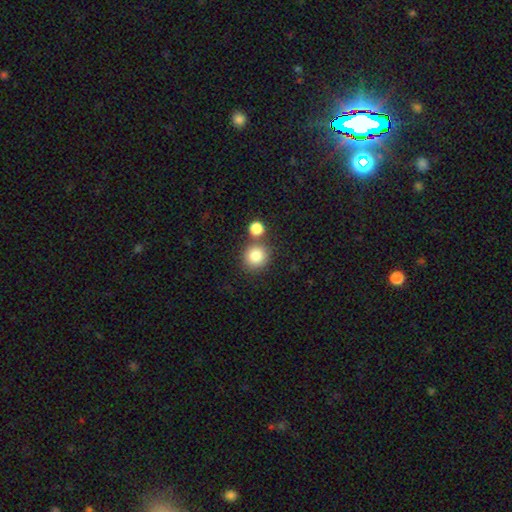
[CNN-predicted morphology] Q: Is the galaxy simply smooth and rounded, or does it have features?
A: smooth — 84%.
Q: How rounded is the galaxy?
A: round — 90%.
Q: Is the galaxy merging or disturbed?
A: none — 68%.